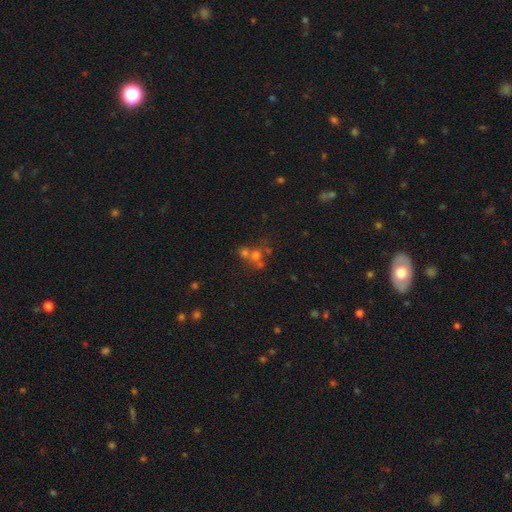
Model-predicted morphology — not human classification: smooth-or-featured: smooth: 50% | star or artifact: 28% | featured or disk: 22%
  how-rounded: round: 81% | in between: 17% | cigar-shaped: 1%
  merging: merger: 48% | none: 39% | minor disturbance: 7% | major disturbance: 5%